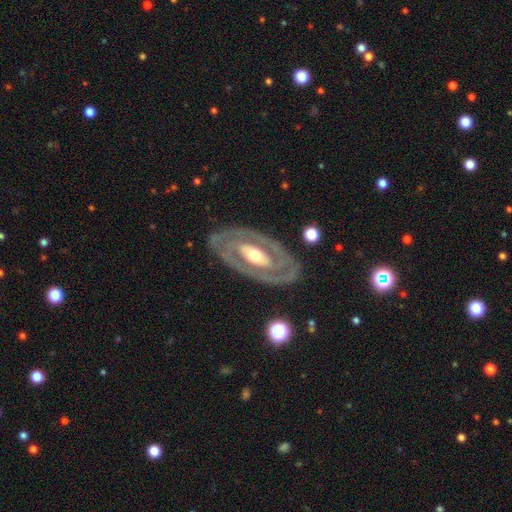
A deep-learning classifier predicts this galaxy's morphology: The model was most divided on "bar": no: 45%, strong: 30%, weak: 26%. More confident: edge-on disk — no (92%); smooth or featured — featured or disk (85%); merging — none (83%); spiral arm count — 2 (70%); spiral winding — tight (67%); spiral arms — yes (67%); bulge size — moderate (66%).